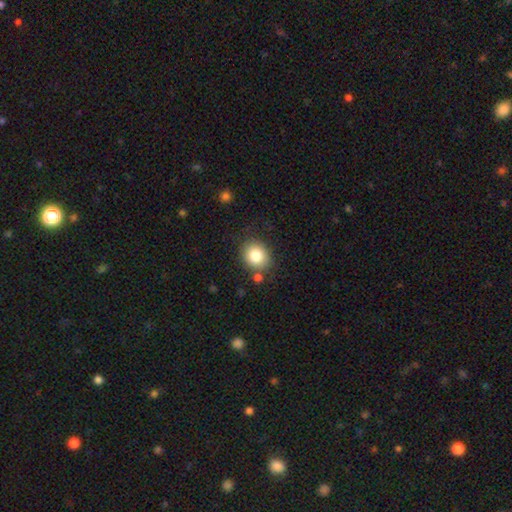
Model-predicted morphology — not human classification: Q: Smooth or featured?
A: smooth (83%); runner-up: star or artifact (9%)
Q: How rounded?
A: round (70%); runner-up: in between (29%)
Q: Merging?
A: none (79%); runner-up: minor disturbance (12%)